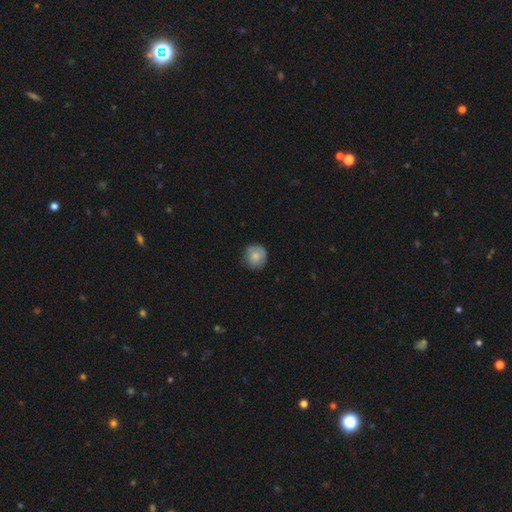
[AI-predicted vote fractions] Morphology: type=smooth (80%); roundness=round (93%); merging=none (80%).